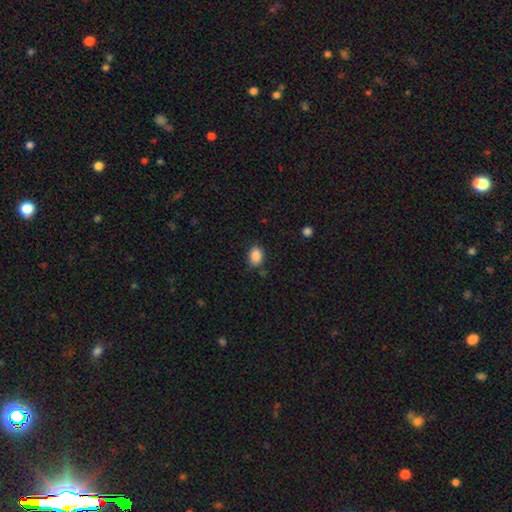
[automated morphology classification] type=smooth (87%); roundness=in between (71%); merging=none (82%).